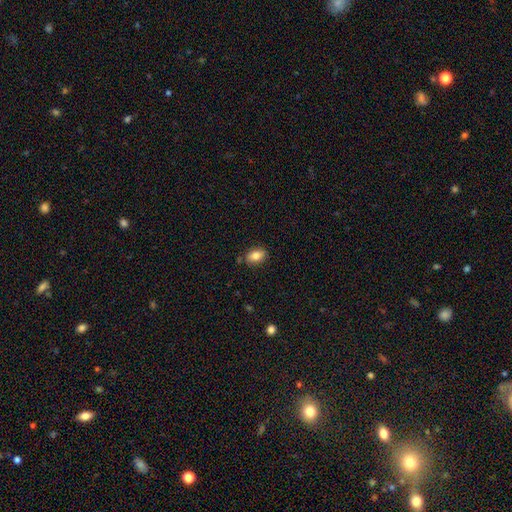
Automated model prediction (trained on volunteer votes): A smooth galaxy with no disk features (82%) that is in between round and cigar-shaped (82%). Merging: none (82%).